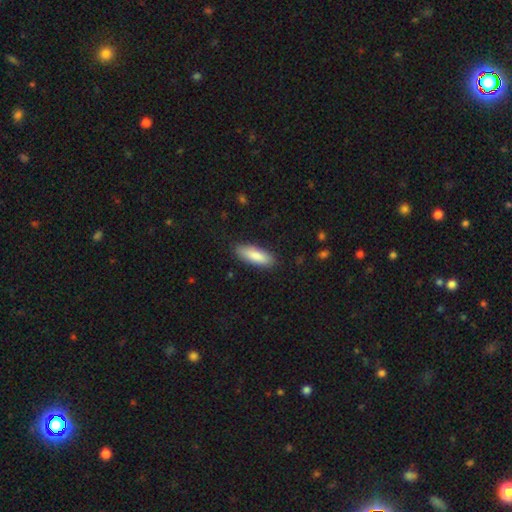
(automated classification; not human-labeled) smooth-or-featured: smooth: 86% | featured or disk: 8% | star or artifact: 6%
  how-rounded: in between: 60% | cigar-shaped: 38% | round: 2%
  merging: none: 87% | minor disturbance: 10% | major disturbance: 2% | merger: 1%